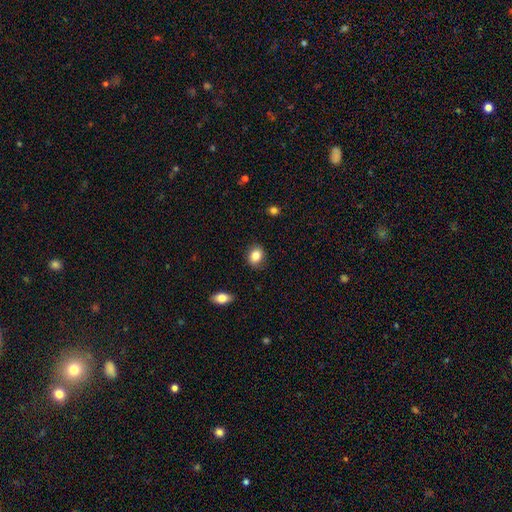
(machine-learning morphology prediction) A smooth galaxy with no disk features (84%) that is round (52%). Merging: none (86%).